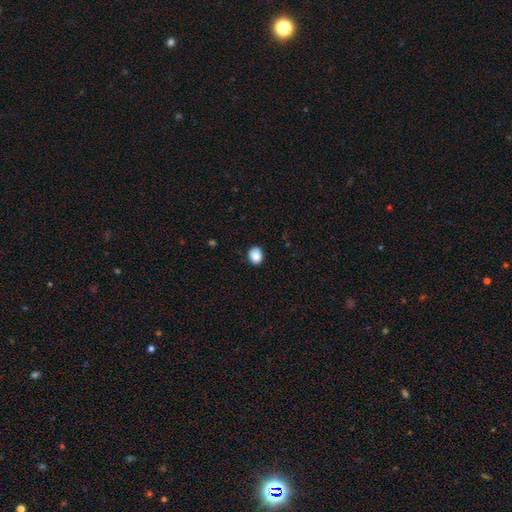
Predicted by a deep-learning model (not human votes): Morphology: type=smooth (89%); roundness=round (59%); merging=none (86%).